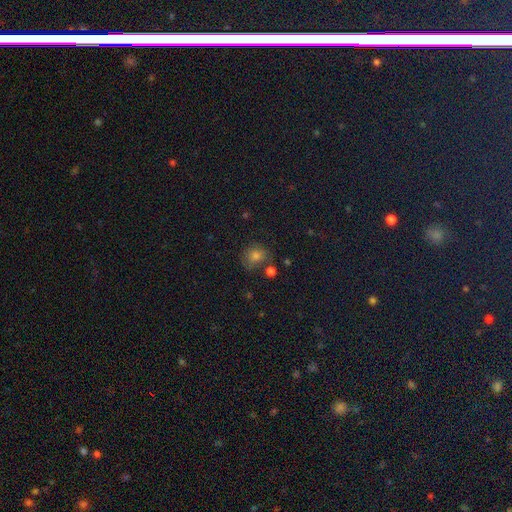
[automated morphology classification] smooth 73%, star or artifact 17%, featured or disk 10%. Down the decision tree: how rounded — round (77%); merging — none (65%).